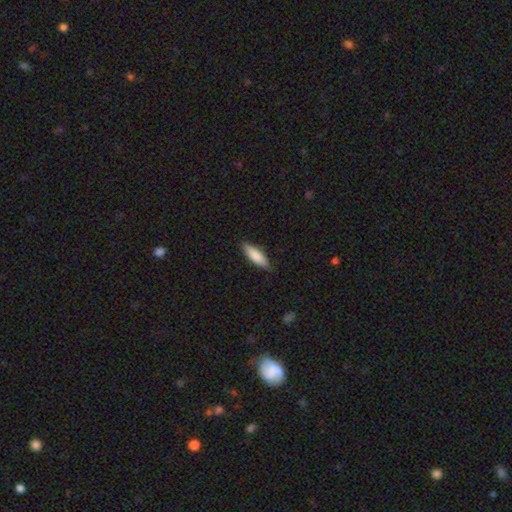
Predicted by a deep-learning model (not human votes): smooth_or_featured: smooth (p=0.83) [alt: featured or disk p=0.12]
how_rounded: cigar-shaped (p=0.56) [alt: in between p=0.43]
merging: none (p=0.87) [alt: minor disturbance p=0.10]